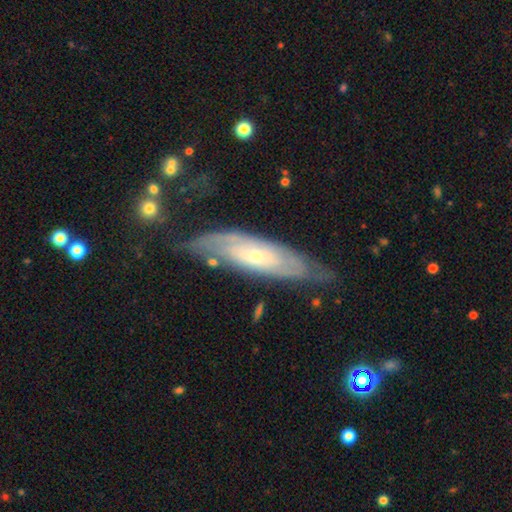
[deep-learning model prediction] A featured or disk galaxy (73%) with no bar (68%), spiral arms (85%) and a small central bulge (64%). Merging: none (70%).